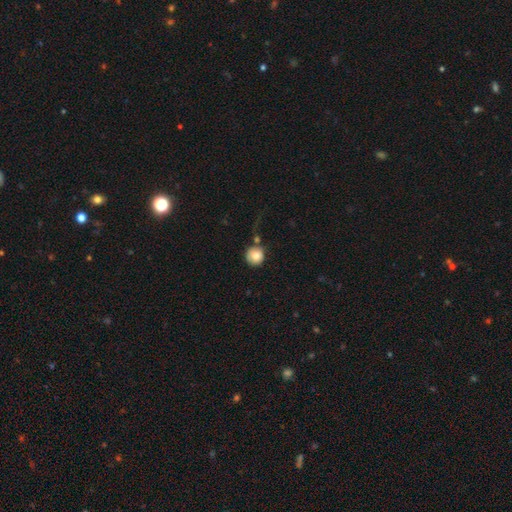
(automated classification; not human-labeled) A smooth galaxy with no disk features (82%) that is round (93%). Merging: none (67%).